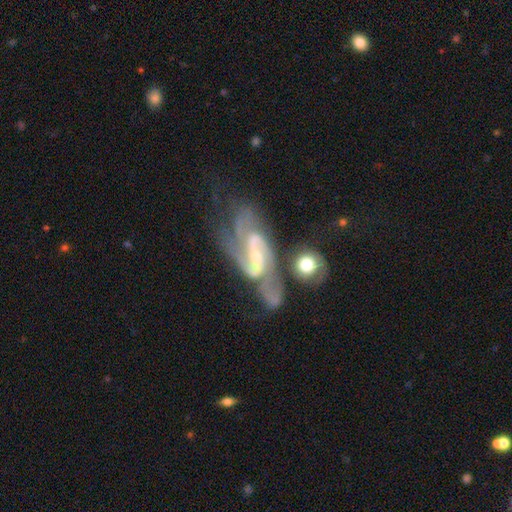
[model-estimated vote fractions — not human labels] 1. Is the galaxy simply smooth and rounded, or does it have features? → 89% featured or disk, 6% star or artifact, 5% smooth.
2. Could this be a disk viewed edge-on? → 95% no, 5% yes.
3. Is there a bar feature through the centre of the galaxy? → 46% weak, 28% strong, 26% no.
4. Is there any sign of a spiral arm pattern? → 97% yes, 3% no.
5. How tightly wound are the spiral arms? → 52% medium, 27% tight, 21% loose.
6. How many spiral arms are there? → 67% 2, 13% 3, 11% can't tell, 3% 4, 3% 1, 3% more than 4.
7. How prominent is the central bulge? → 62% small, 34% moderate, 2% none, 2% large, 1% dominant.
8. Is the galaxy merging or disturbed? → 36% none, 23% major disturbance, 21% minor disturbance, 20% merger.